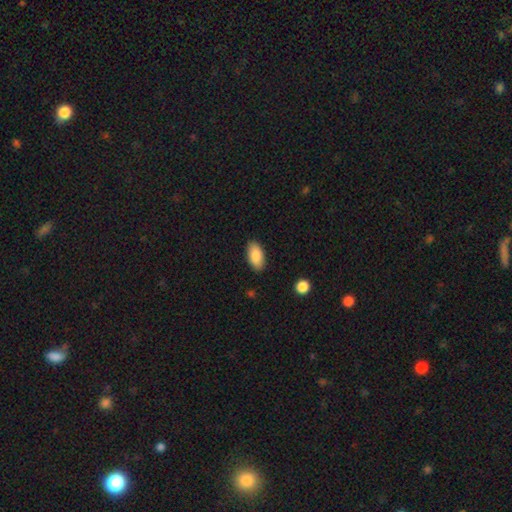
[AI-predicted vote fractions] smooth_or_featured: smooth (p=0.88) [alt: star or artifact p=0.06]
how_rounded: in between (p=0.94) [alt: cigar-shaped p=0.04]
merging: none (p=0.88) [alt: minor disturbance p=0.09]